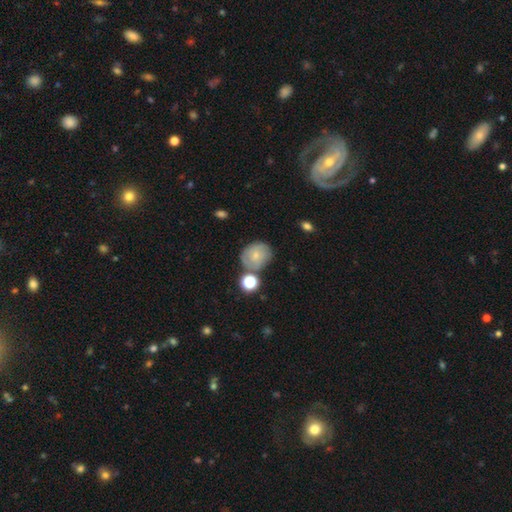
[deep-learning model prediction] This appears to be a smooth galaxy with no disk features (57%) that is round (72%). Merging: none (56%).